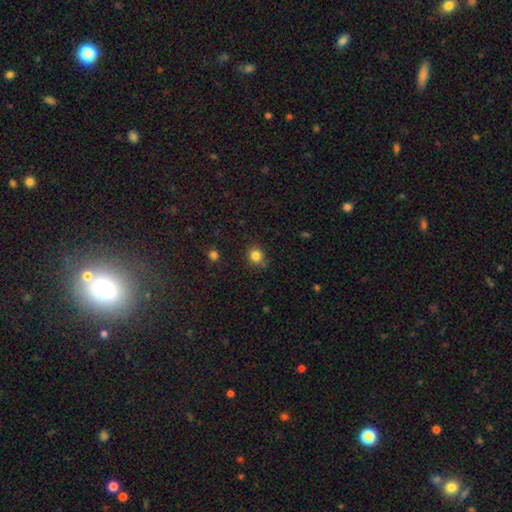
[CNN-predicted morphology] A smooth galaxy with no disk features (83%) that is round (82%). Merging: none (77%).